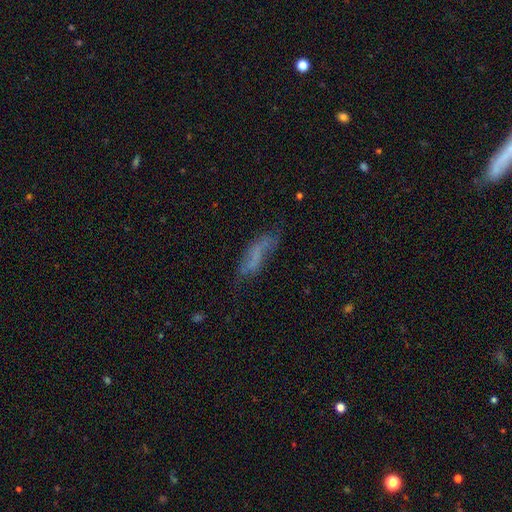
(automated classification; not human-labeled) smooth-or-featured: smooth: 51% | featured or disk: 35% | star or artifact: 14%
  how-rounded: cigar-shaped: 52% | in between: 46% | round: 2%
  merging: none: 46% | minor disturbance: 28% | major disturbance: 22% | merger: 5%